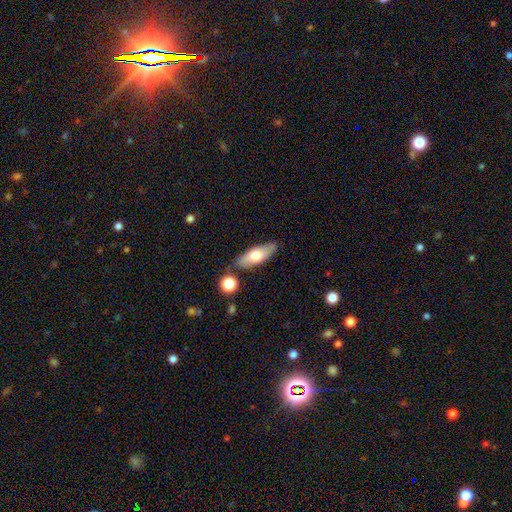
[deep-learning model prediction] This appears to be a smooth galaxy with no disk features (63%) that is in between round and cigar-shaped (67%). Merging: none (78%).